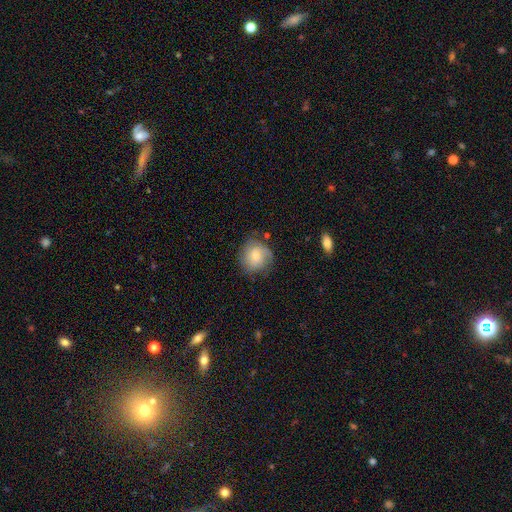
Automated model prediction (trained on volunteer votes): Smooth or featured? smooth (54%)
How rounded? round (86%)
Merging? none (71%)